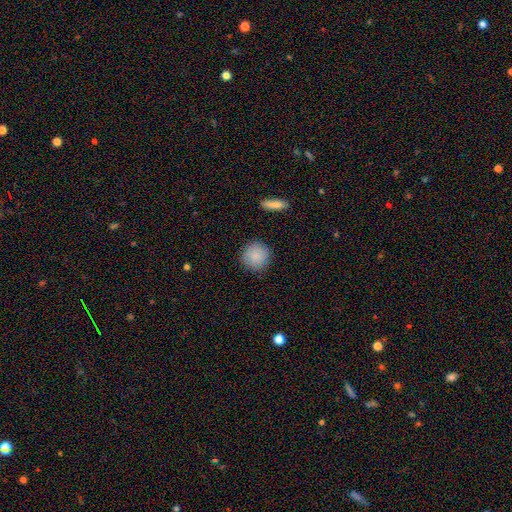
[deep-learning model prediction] Smooth or featured?
  - smooth: 86% *
  - star or artifact: 7%
  - featured or disk: 6%
How rounded?
  - round: 93% *
  - in between: 6%
  - cigar-shaped: 1%
Merging?
  - none: 89% *
  - minor disturbance: 7%
  - major disturbance: 2%
  - merger: 1%